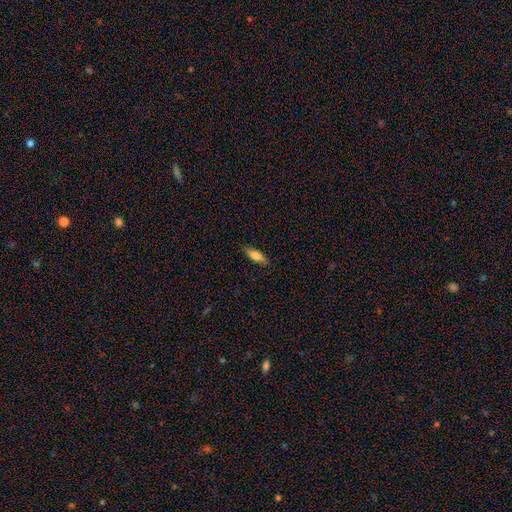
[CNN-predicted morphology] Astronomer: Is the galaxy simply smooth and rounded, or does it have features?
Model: smooth — 79%.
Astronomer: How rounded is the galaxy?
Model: in between — 60% (runner-up: cigar-shaped, 38%).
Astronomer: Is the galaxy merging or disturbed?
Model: none — 83%.